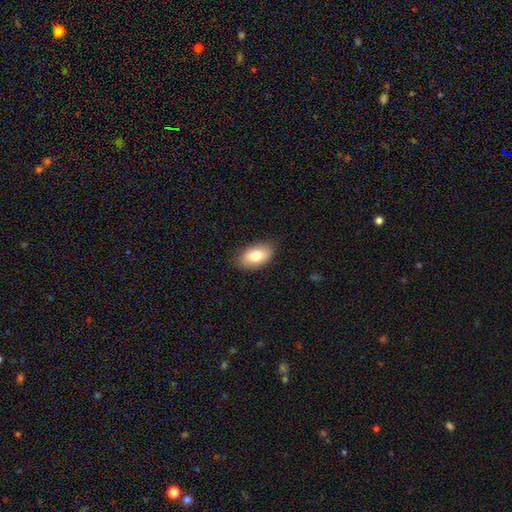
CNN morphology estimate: Smooth or featured: smooth — 79% (featured or disk — 14%)
How rounded: in between — 93% (round — 5%)
Merging: none — 85% (minor disturbance — 11%)